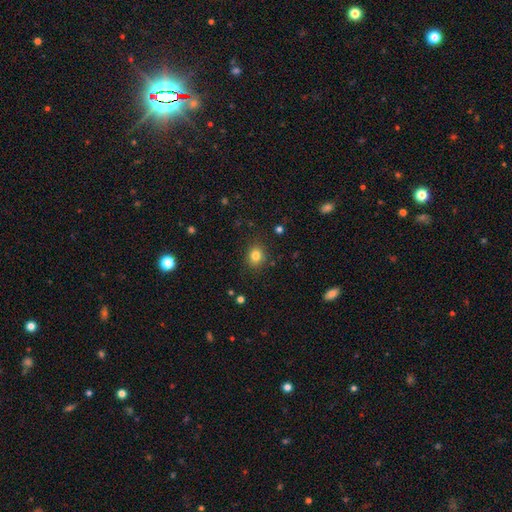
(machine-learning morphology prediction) smooth 82%, star or artifact 12%, featured or disk 6%. Down the decision tree: how rounded — round (73%); merging — none (87%).